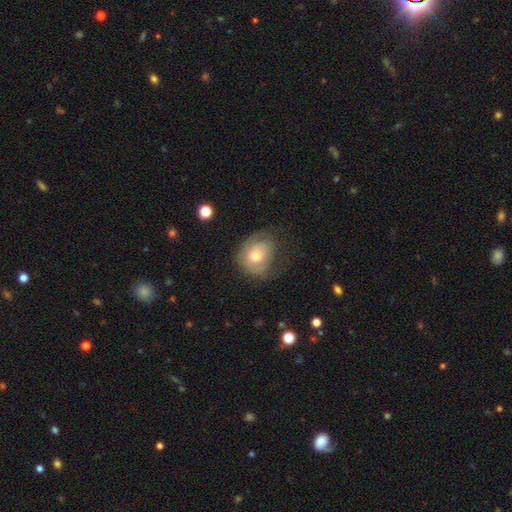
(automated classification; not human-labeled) smooth-or-featured: smooth: 49% | featured or disk: 43% | star or artifact: 8%
  merging: none: 50% | minor disturbance: 27% | major disturbance: 21% | merger: 2%